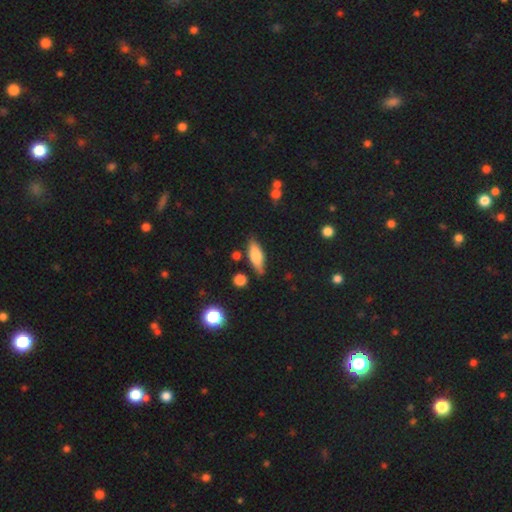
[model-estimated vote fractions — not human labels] The model was most divided on "how rounded": in between: 59%, cigar-shaped: 38%, round: 3%. More confident: merging — none (79%); smooth or featured — smooth (63%).